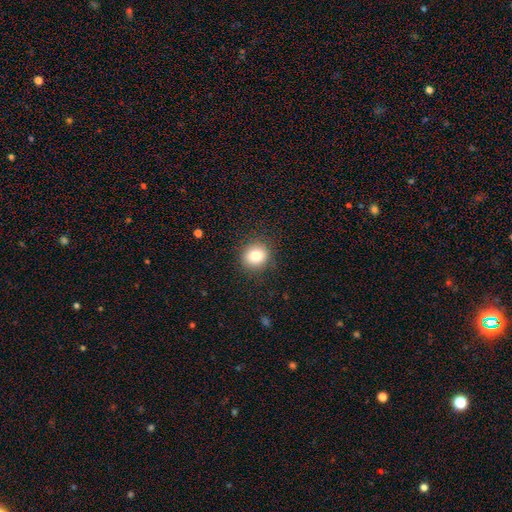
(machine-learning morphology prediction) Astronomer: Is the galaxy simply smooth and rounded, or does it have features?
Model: smooth — 82%.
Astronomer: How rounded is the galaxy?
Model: round — 82%.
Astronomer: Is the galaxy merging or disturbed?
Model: none — 88%.